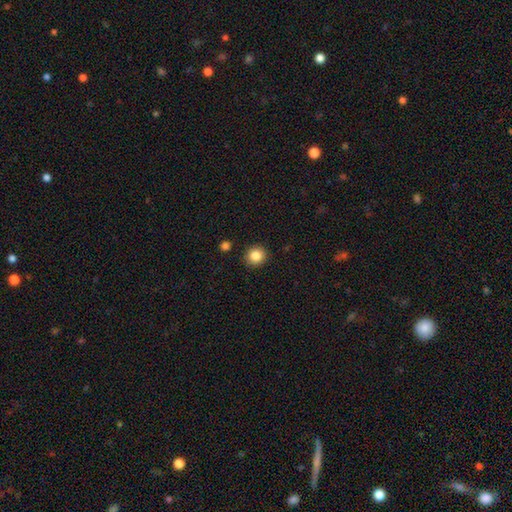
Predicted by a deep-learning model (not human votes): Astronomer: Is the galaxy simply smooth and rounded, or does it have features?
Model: smooth — 85%.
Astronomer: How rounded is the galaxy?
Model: round — 90%.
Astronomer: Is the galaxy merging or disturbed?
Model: none — 90%.